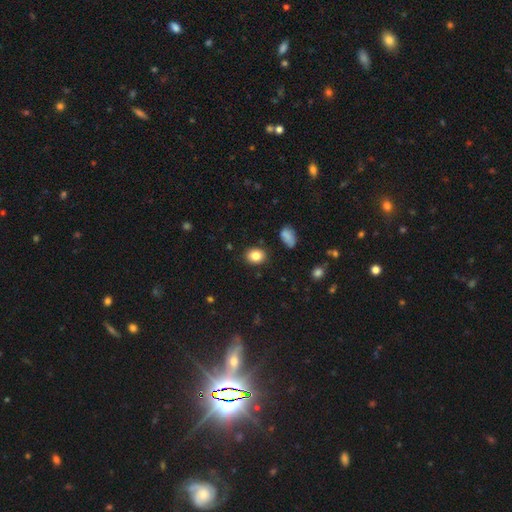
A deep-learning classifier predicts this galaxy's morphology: Smooth or featured?
  - smooth: 84% *
  - star or artifact: 10%
  - featured or disk: 7%
How rounded?
  - in between: 52% *
  - round: 47%
  - cigar-shaped: 1%
Merging?
  - none: 87% *
  - minor disturbance: 9%
  - major disturbance: 2%
  - merger: 2%